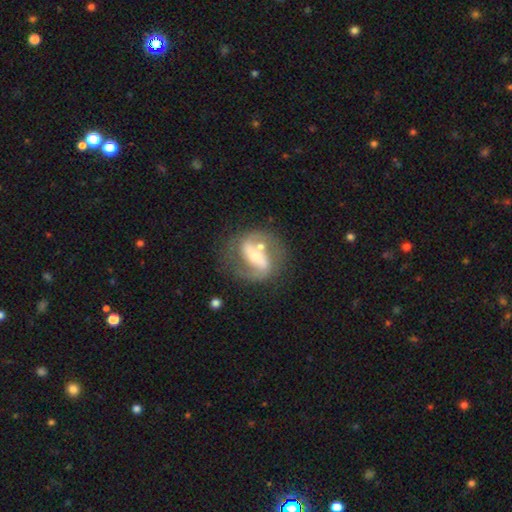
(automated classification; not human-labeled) featured or disk 84%, smooth 10%, star or artifact 6%. Down the decision tree: edge-on disk — no (95%); bar — strong (56%); spiral arms — yes (89%); spiral arm count — 2 (89%); spiral winding — medium (49%); bulge size — moderate (50%); merging — none (67%).